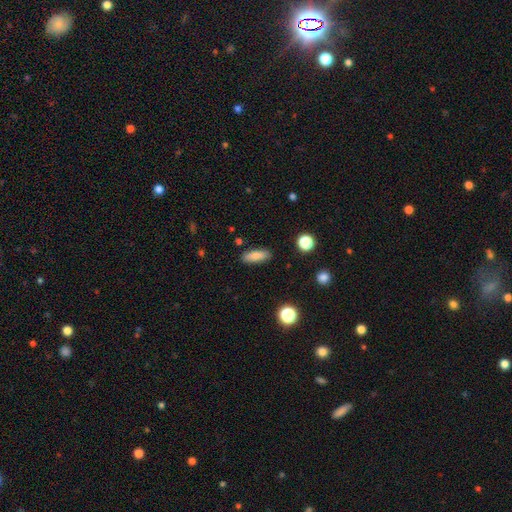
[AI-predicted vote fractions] Smooth or featured: smooth — 80% (featured or disk — 11%)
How rounded: in between — 57% (cigar-shaped — 40%)
Merging: none — 88% (minor disturbance — 9%)